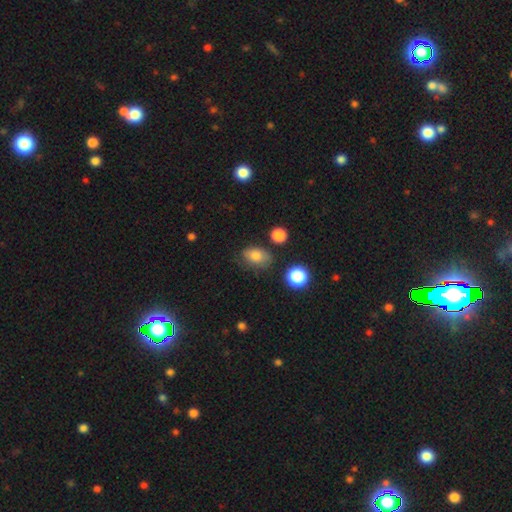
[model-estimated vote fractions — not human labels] This appears to be a smooth galaxy with no disk features (80%) that is in between round and cigar-shaped (78%). Merging: none (65%).